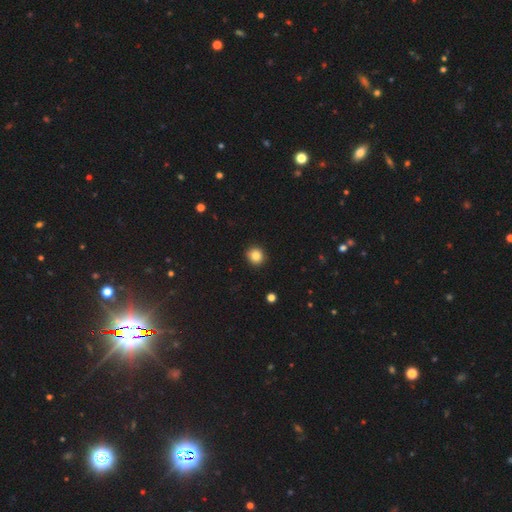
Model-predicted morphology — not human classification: Smooth or featured? Predicted: smooth (p=0.85). How rounded? Predicted: round (p=0.90). Merging? Predicted: none (p=0.91).